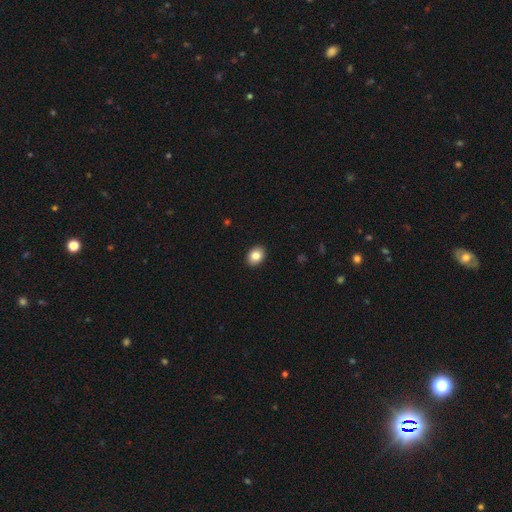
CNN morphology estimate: type=smooth (85%); roundness=in between (65%); merging=none (91%).